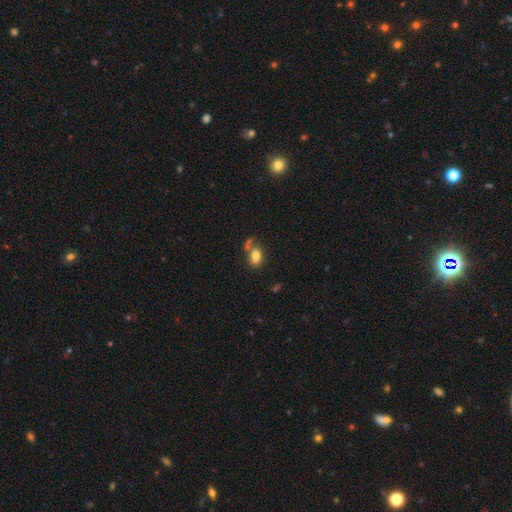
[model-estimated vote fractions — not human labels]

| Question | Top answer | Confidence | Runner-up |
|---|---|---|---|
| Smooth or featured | smooth | 79% | featured or disk (12%) |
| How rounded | in between | 78% | round (20%) |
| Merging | none | 48% | merger (27%) |